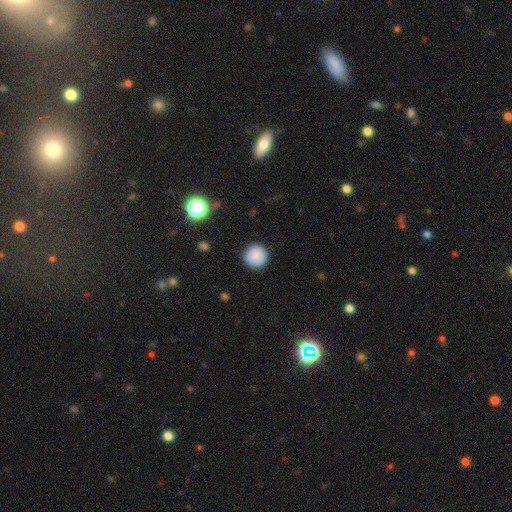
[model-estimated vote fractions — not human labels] Smooth or featured? smooth (86%)
How rounded? round (95%)
Merging? none (89%)